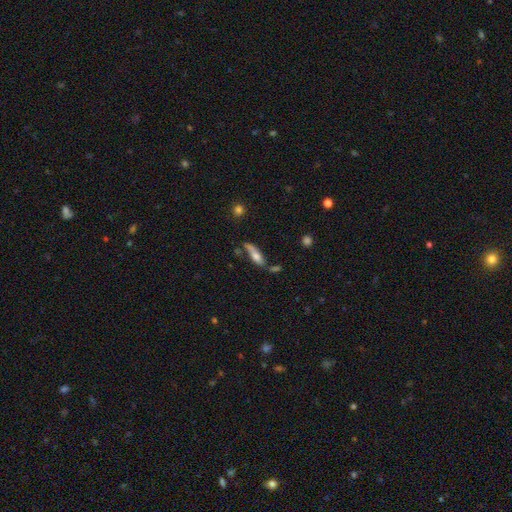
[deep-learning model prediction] A smooth galaxy with no disk features (56%) that is cigar-shaped (55%). Merging: none (50%).